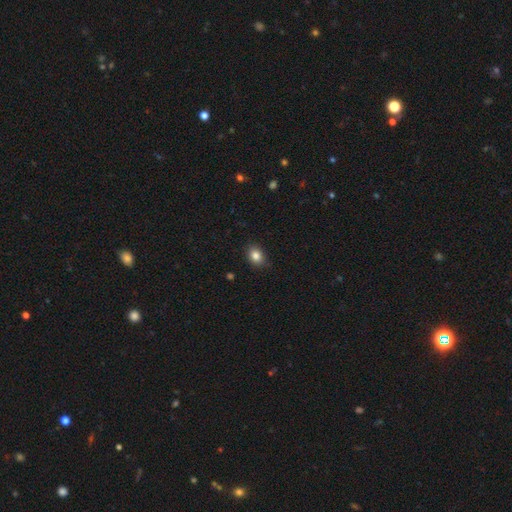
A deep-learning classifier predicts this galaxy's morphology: Smooth or featured? Predicted: smooth (p=0.84). How rounded? Predicted: in between (p=0.65). Merging? Predicted: none (p=0.85).